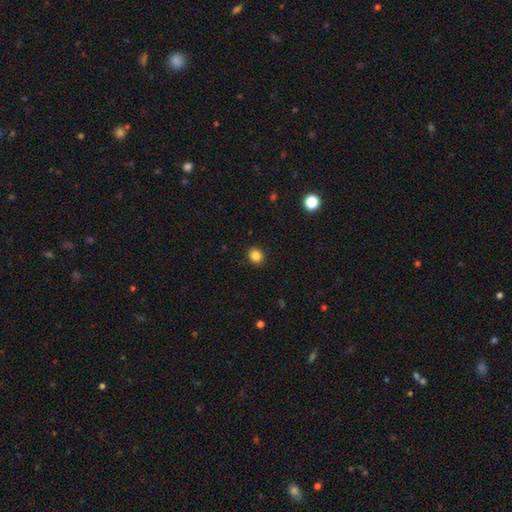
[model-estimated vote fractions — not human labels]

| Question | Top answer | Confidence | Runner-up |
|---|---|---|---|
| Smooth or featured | smooth | 85% | star or artifact (11%) |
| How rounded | round | 74% | in between (25%) |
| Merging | none | 91% | minor disturbance (6%) |